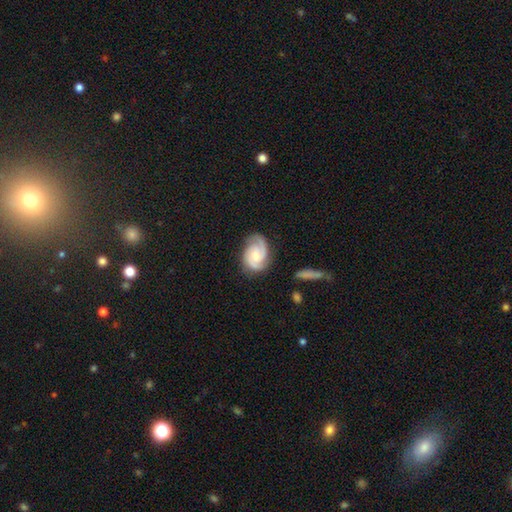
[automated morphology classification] Smooth or featured: featured or disk — 83% (smooth — 12%)
Edge-on disk: no — 98% (yes — 2%)
Bar: no — 60% (weak — 35%)
Spiral arms: yes — 97% (no — 3%)
Spiral winding: tight — 47% (medium — 43%)
Spiral arm count: 2 — 71% (3 — 14%)
Bulge size: moderate — 45% (small — 42%)
Merging: none — 72% (minor disturbance — 19%)